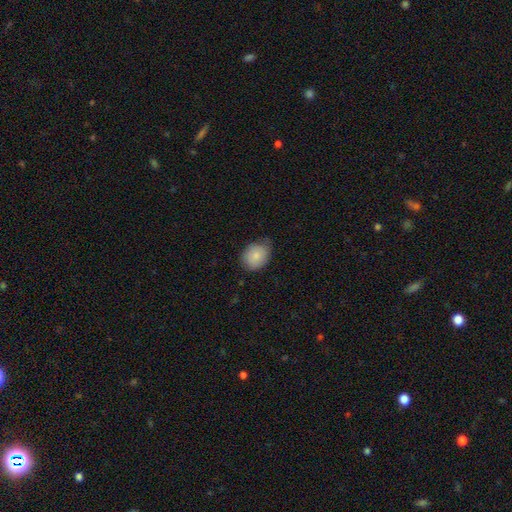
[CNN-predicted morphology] A smooth galaxy with no disk features (83%) that is in between round and cigar-shaped (50%).

Vote fractions:
- Smooth or featured? smooth: 83% / featured or disk: 9% / star or artifact: 7%
- How rounded? in between: 50% / round: 49% / cigar-shaped: 1%
- Merging? none: 63% / minor disturbance: 30% / major disturbance: 5% / merger: 1%